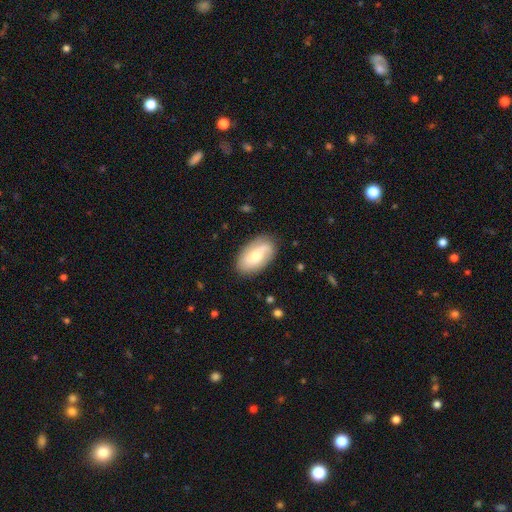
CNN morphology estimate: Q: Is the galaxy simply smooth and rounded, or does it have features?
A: smooth — 52%.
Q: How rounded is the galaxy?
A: in between — 93%.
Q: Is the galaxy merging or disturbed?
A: none — 78%.